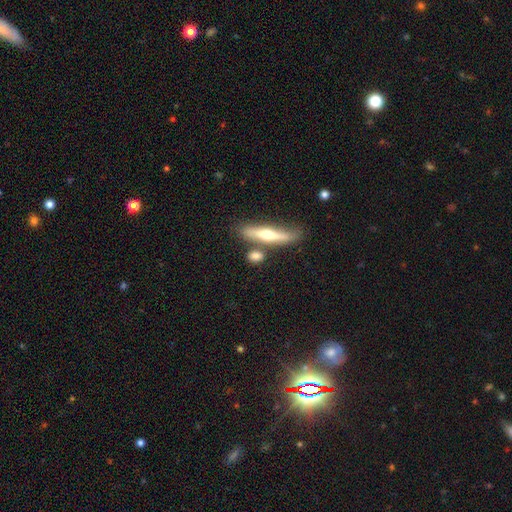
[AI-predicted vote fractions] smooth-or-featured: smooth: 63% | featured or disk: 30% | star or artifact: 7%
  how-rounded: cigar-shaped: 44% | in between: 35% | round: 21%
  merging: none: 63% | merger: 19% | minor disturbance: 13% | major disturbance: 5%